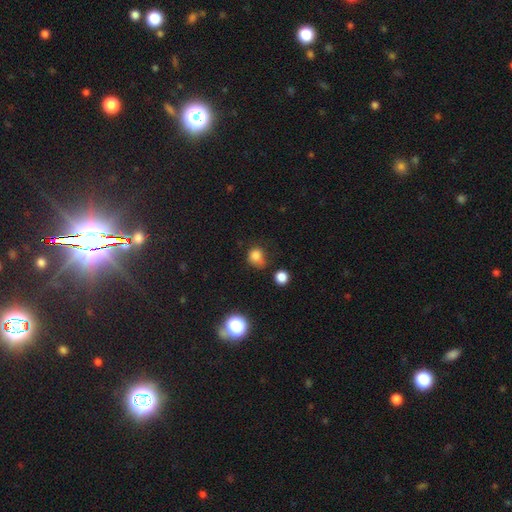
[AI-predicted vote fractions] Smooth or featured: smooth — 79% (star or artifact — 14%)
How rounded: round — 75% (in between — 24%)
Merging: none — 48% (minor disturbance — 32%)